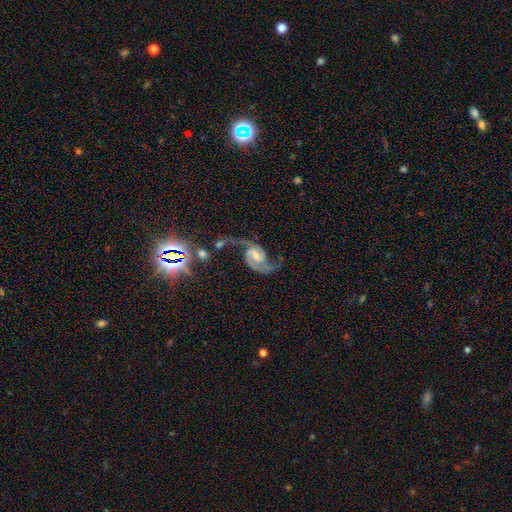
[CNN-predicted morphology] A featured or disk galaxy (92%) with a weak bar (50%), 2 (93%) medium (53%) spiral arms (98%) and a small central bulge (46%). Merging: none (55%).